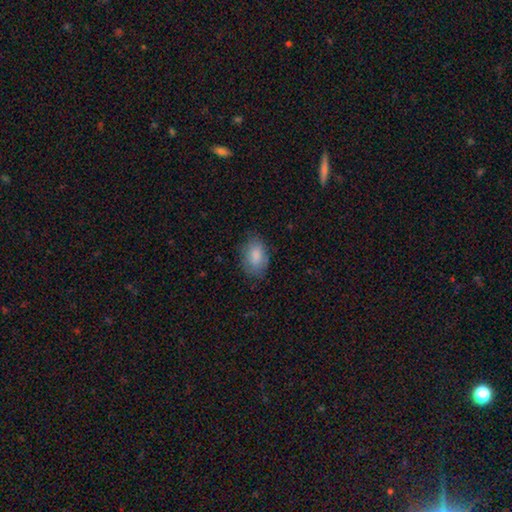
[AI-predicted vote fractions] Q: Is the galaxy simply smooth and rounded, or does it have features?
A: smooth — 83%.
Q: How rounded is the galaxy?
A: in between — 88%.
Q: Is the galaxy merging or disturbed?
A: none — 73%.